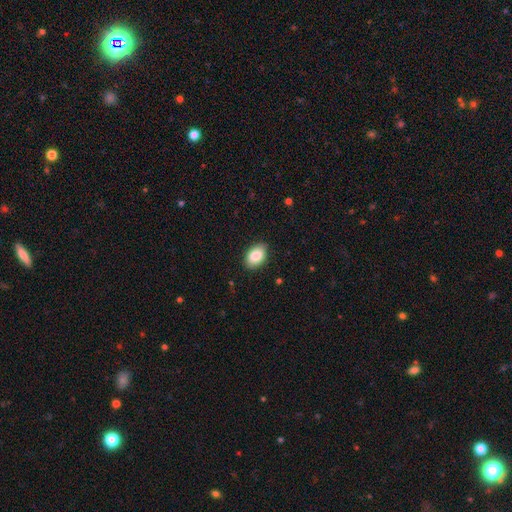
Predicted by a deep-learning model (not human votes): Smooth or featured: smooth — 87% (star or artifact — 7%)
How rounded: in between — 89% (round — 9%)
Merging: none — 85% (minor disturbance — 11%)